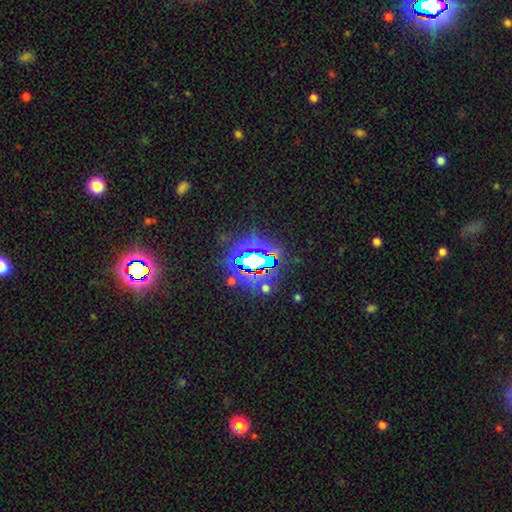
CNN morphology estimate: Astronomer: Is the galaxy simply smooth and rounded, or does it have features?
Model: star or artifact — 73%.